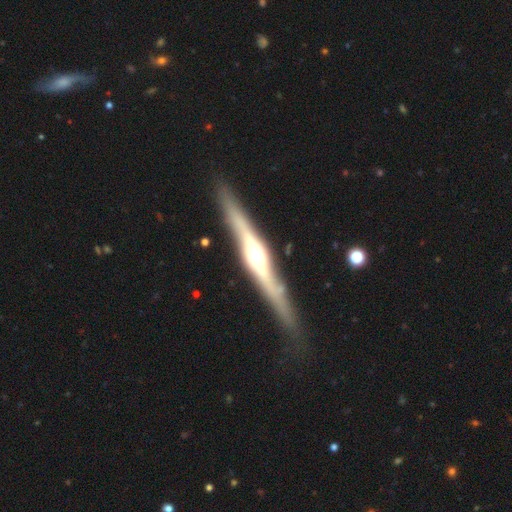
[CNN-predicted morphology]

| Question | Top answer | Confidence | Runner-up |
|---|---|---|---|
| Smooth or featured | featured or disk | 80% | smooth (15%) |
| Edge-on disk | yes | 95% | no (5%) |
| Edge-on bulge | rounded | 84% | boxy (11%) |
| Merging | none | 84% | minor disturbance (12%) |